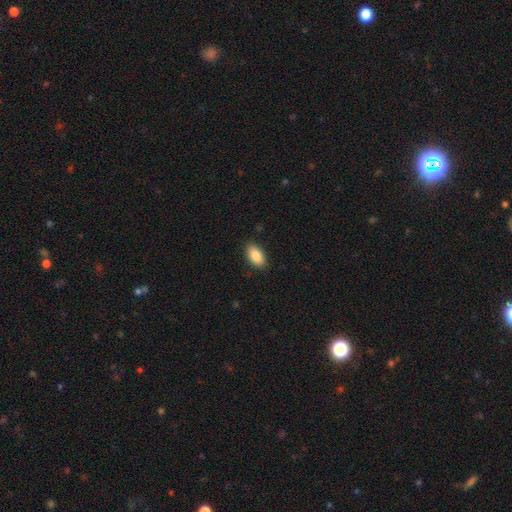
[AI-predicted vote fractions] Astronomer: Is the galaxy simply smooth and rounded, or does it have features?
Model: smooth — 86%.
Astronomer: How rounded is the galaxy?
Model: in between — 94%.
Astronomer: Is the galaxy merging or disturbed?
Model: none — 88%.